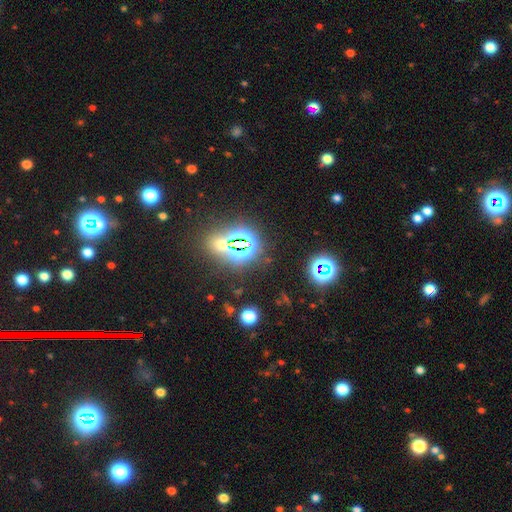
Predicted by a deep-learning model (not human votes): Q: Smooth or featured?
A: star or artifact (71%); runner-up: smooth (19%)